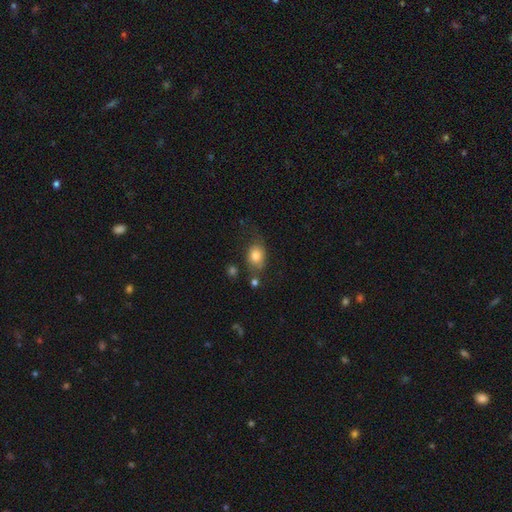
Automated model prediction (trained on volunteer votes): The model was most divided on "how rounded": in between: 62%, round: 36%, cigar-shaped: 2%. More confident: smooth or featured — smooth (78%); merging — none (55%).